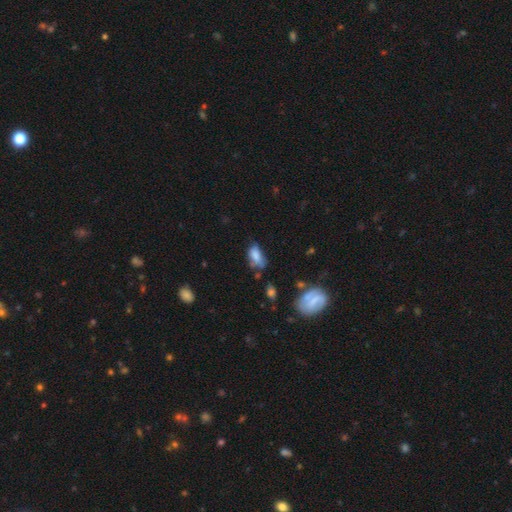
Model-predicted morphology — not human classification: Smooth or featured: smooth — 73% (featured or disk — 18%)
How rounded: in between — 87% (cigar-shaped — 7%)
Merging: none — 39% (minor disturbance — 36%)